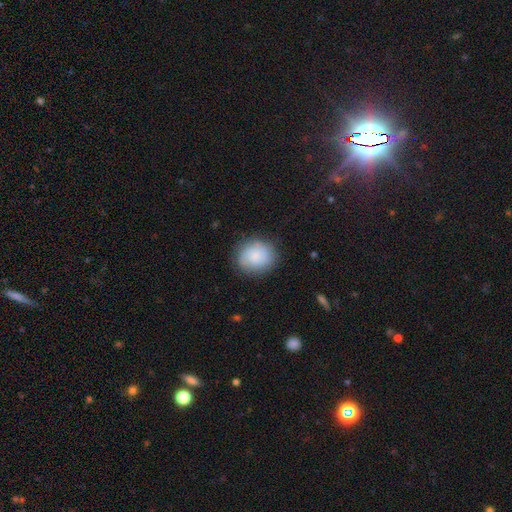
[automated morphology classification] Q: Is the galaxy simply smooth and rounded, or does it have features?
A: smooth — 75%.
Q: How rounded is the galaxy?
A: round — 79%.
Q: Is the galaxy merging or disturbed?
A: none — 83%.